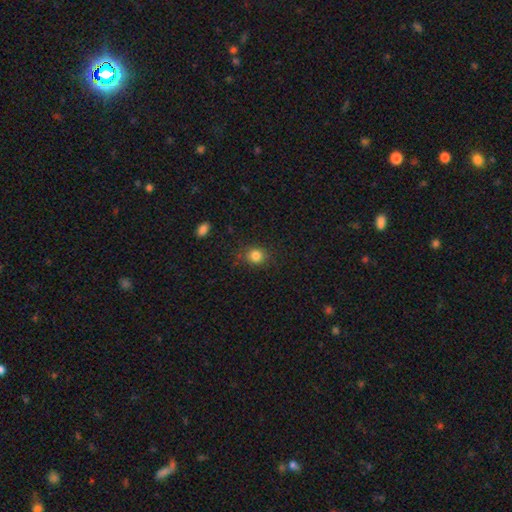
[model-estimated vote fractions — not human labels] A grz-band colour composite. It shows a smooth galaxy with no disk features (83%) that is round (75%). Merging: none (81%).